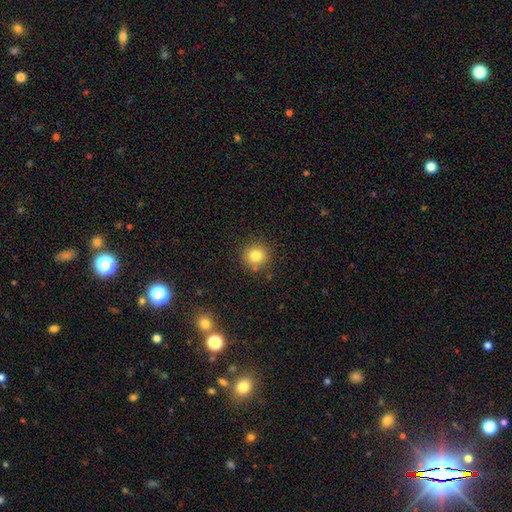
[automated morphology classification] This is clearly a smooth galaxy (82%). How rounded: clearly round (92%). Merging: clearly none (86%).